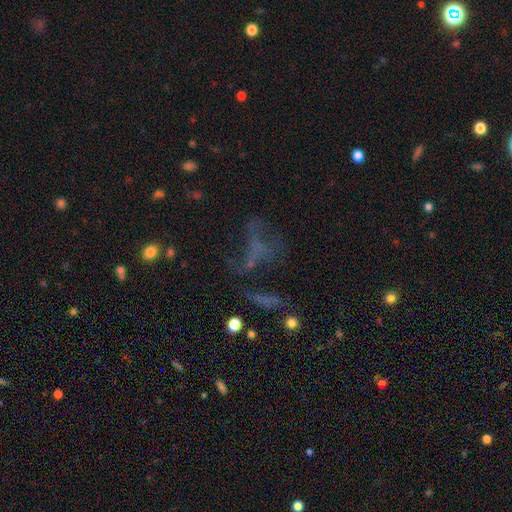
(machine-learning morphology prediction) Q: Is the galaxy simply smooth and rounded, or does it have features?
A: star or artifact — 43%.